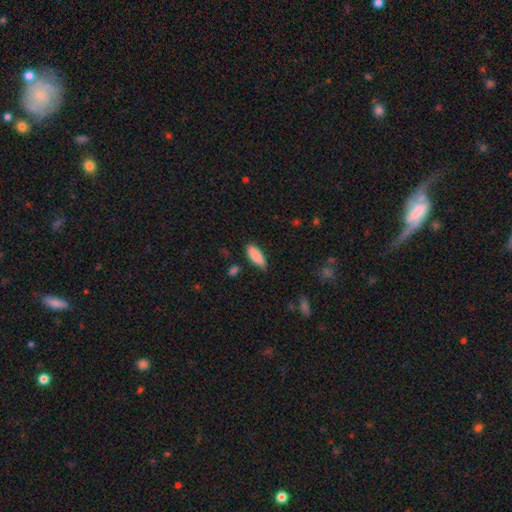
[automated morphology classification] smooth 87%, star or artifact 6%, featured or disk 6%. Down the decision tree: how rounded — in between (77%); merging — none (69%).